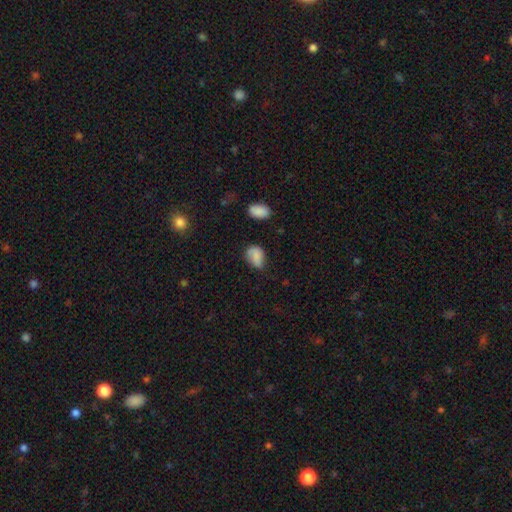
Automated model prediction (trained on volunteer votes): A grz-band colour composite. It shows a smooth galaxy with no disk features (82%) that is in between round and cigar-shaped (76%). Merging: none (53%).